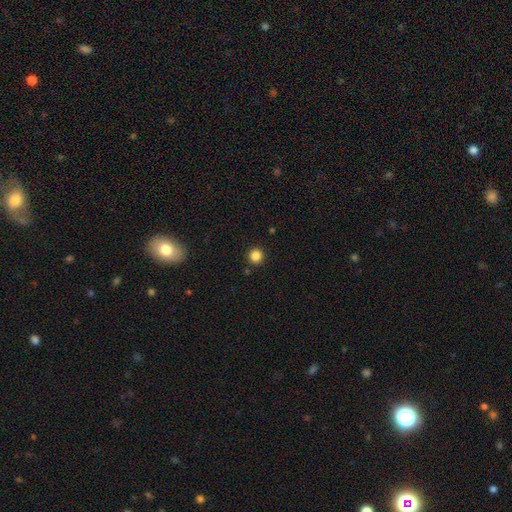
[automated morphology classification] Smooth or featured?
  - smooth: 84% *
  - star or artifact: 12%
  - featured or disk: 4%
How rounded?
  - round: 95% *
  - in between: 4%
  - cigar-shaped: 1%
Merging?
  - none: 91% *
  - minor disturbance: 5%
  - merger: 2%
  - major disturbance: 2%